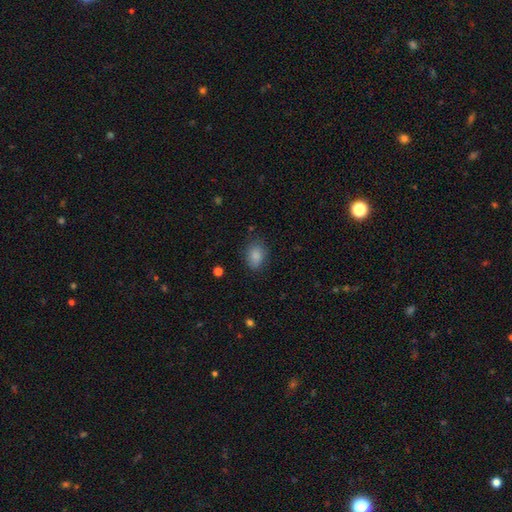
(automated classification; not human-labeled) Smooth or featured?
  - smooth: 86% *
  - star or artifact: 9%
  - featured or disk: 5%
How rounded?
  - in between: 79% *
  - round: 20%
  - cigar-shaped: 1%
Merging?
  - none: 76% *
  - minor disturbance: 18%
  - major disturbance: 5%
  - merger: 1%